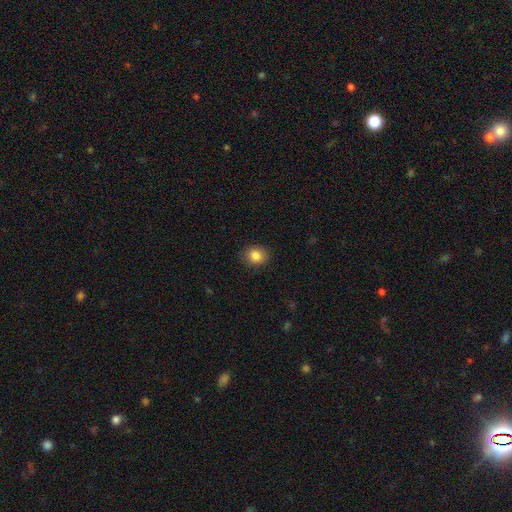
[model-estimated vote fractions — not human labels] smooth-or-featured: smooth: 85% | star or artifact: 10% | featured or disk: 5%
  how-rounded: round: 68% | in between: 31% | cigar-shaped: 1%
  merging: none: 89% | minor disturbance: 8% | major disturbance: 2% | merger: 1%